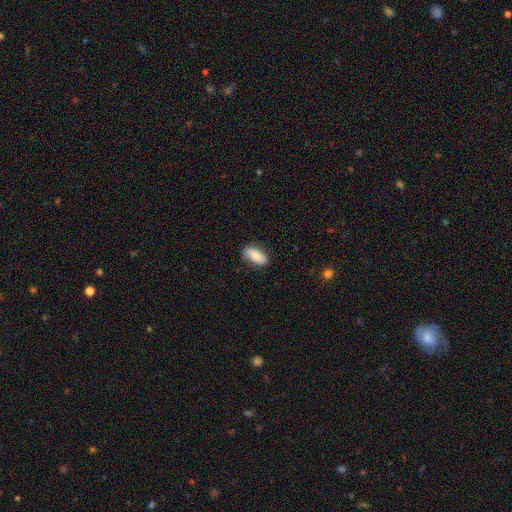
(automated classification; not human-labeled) smooth_or_featured: smooth (p=0.76) [alt: featured or disk p=0.17]
how_rounded: in between (p=0.88) [alt: cigar-shaped p=0.09]
merging: none (p=0.83) [alt: minor disturbance p=0.13]